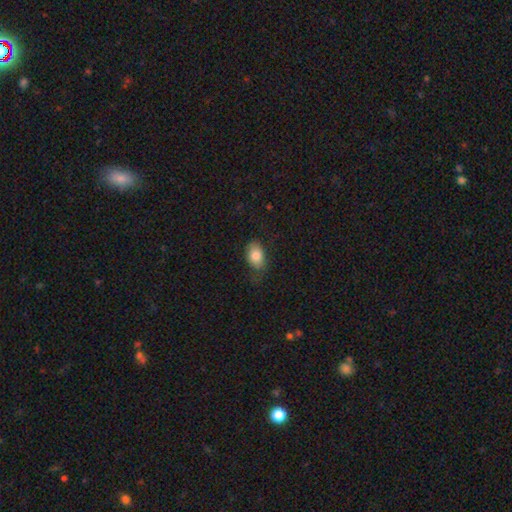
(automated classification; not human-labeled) The model was most divided on "merging": none: 66%, minor disturbance: 25%, major disturbance: 8%, merger: 1%. More confident: how rounded — in between (86%); smooth or featured — smooth (82%).